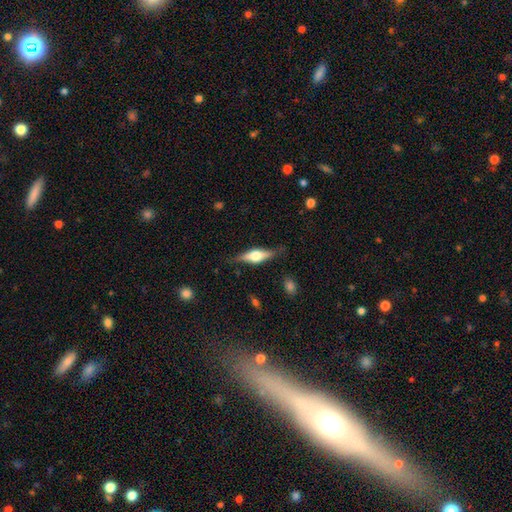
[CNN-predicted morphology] Q: Smooth or featured?
A: featured or disk (64%); runner-up: smooth (30%)
Q: Edge-on disk?
A: yes (95%); runner-up: no (5%)
Q: Edge-on bulge?
A: rounded (90%); runner-up: boxy (8%)
Q: Merging?
A: none (82%); runner-up: minor disturbance (13%)